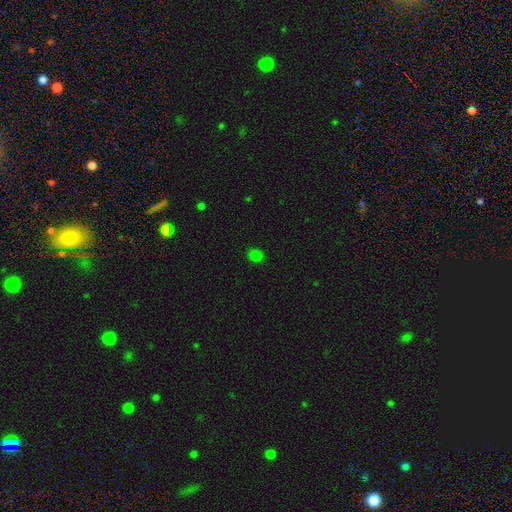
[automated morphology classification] Smooth or featured: smooth — 79% (star or artifact — 17%)
How rounded: round — 56% (in between — 43%)
Merging: none — 89% (minor disturbance — 8%)